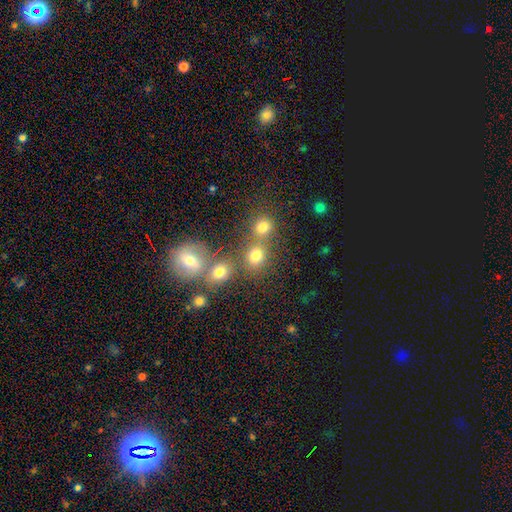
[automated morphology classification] Q: Smooth or featured?
A: smooth (75%); runner-up: star or artifact (16%)
Q: How rounded?
A: round (76%); runner-up: in between (23%)
Q: Merging?
A: none (58%); runner-up: merger (29%)